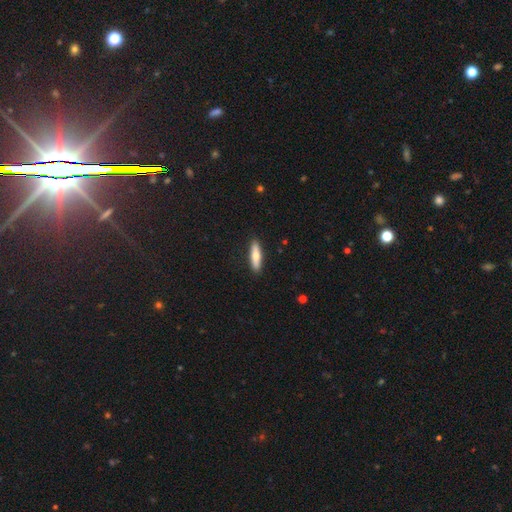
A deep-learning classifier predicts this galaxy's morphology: Smooth or featured? Predicted: smooth (p=0.67). How rounded? Predicted: cigar-shaped (p=0.71). Merging? Predicted: none (p=0.90).